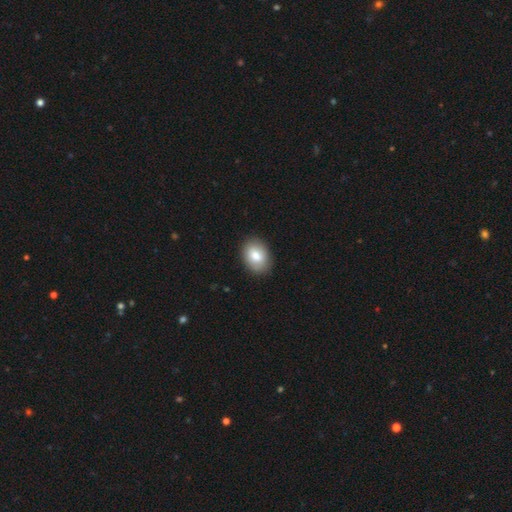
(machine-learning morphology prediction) smooth-or-featured: smooth: 80% | featured or disk: 13% | star or artifact: 7%
  how-rounded: in between: 81% | round: 18% | cigar-shaped: 1%
  merging: none: 87% | minor disturbance: 10% | major disturbance: 2% | merger: 1%